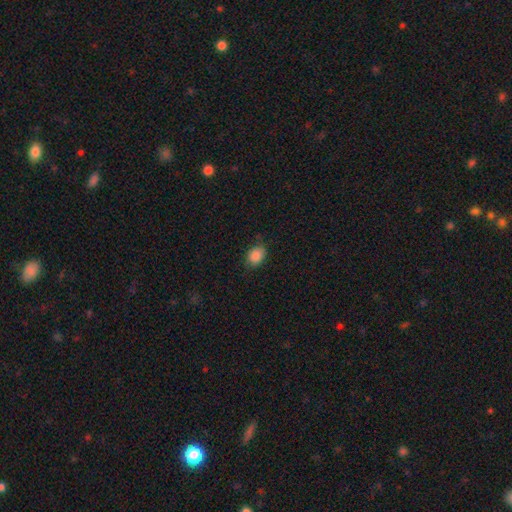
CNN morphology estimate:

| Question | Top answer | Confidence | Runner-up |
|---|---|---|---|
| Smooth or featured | smooth | 86% | star or artifact (9%) |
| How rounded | in between | 68% | round (31%) |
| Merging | none | 79% | minor disturbance (17%) |